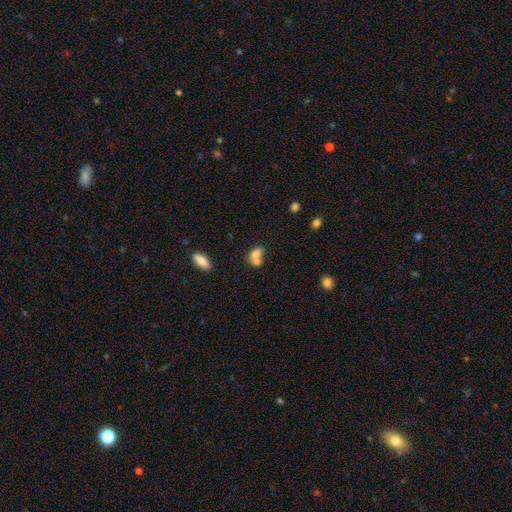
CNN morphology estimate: smooth_or_featured: smooth (p=0.73) [alt: featured or disk p=0.17]
how_rounded: in between (p=0.64) [alt: round p=0.34]
merging: merger (p=0.62) [alt: none p=0.26]